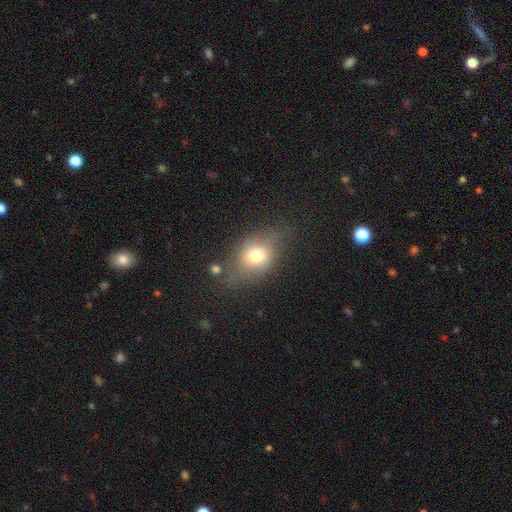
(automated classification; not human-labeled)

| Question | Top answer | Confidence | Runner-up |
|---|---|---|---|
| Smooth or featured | smooth | 65% | featured or disk (23%) |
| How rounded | in between | 57% | round (39%) |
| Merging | none | 58% | minor disturbance (24%) |